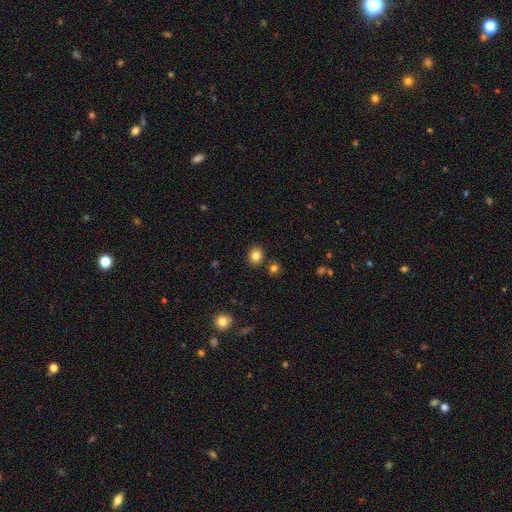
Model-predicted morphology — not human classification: Smooth or featured? smooth (83%)
How rounded? round (78%)
Merging? none (87%)